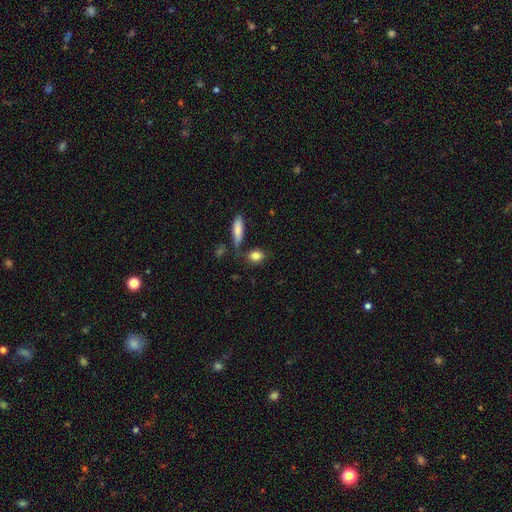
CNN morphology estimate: A smooth galaxy with no disk features (84%) that is in between round and cigar-shaped (60%). Merging: none (67%).